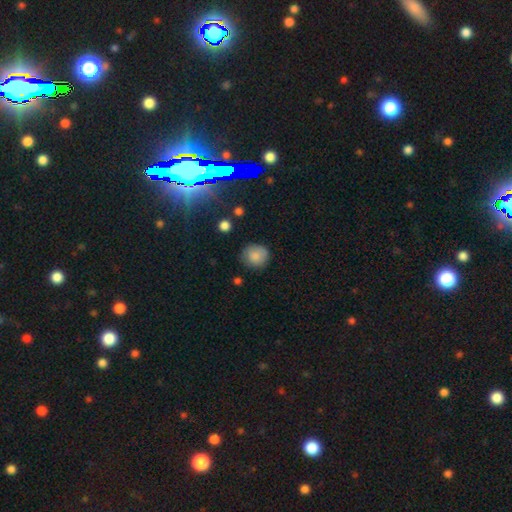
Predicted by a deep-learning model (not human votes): Smooth or featured: smooth — 84% (star or artifact — 9%)
How rounded: round — 87% (in between — 12%)
Merging: none — 80% (minor disturbance — 15%)